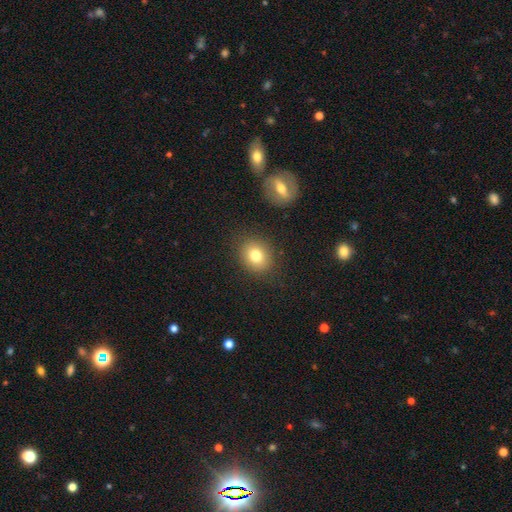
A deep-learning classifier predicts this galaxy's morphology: A smooth galaxy with no disk features (78%) that is round (60%). Merging: none (85%).